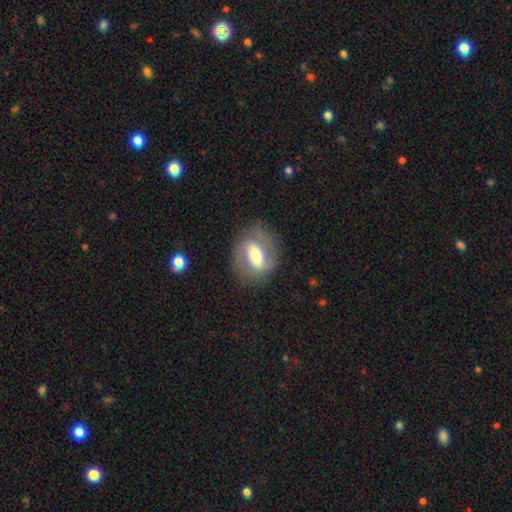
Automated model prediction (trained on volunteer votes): Smooth or featured? featured or disk (58%)
Edge-on disk? no (91%)
Bar? strong (45%)
Spiral arms? yes (53%)
Bulge size? moderate (66%)
Merging? none (78%)